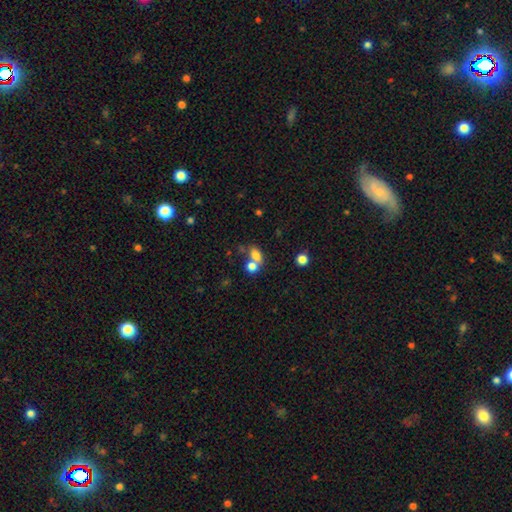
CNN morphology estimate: The model was most divided on "merging": merger: 48%, none: 37%, minor disturbance: 10%, major disturbance: 6%. More confident: smooth or featured — smooth (75%); how rounded — in between (70%).